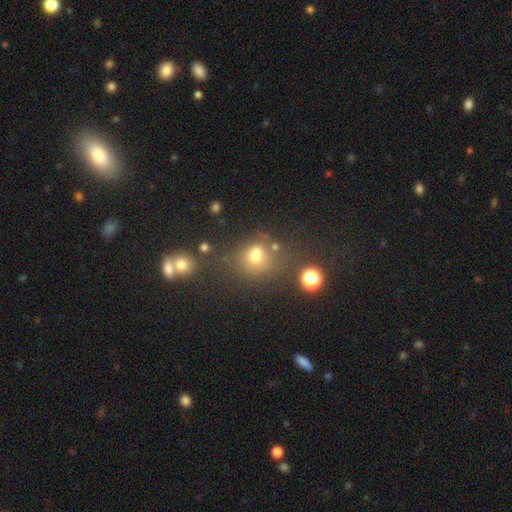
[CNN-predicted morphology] Q: Smooth or featured?
A: smooth (64%); runner-up: star or artifact (23%)
Q: How rounded?
A: round (72%); runner-up: in between (27%)
Q: Merging?
A: none (55%); runner-up: merger (22%)